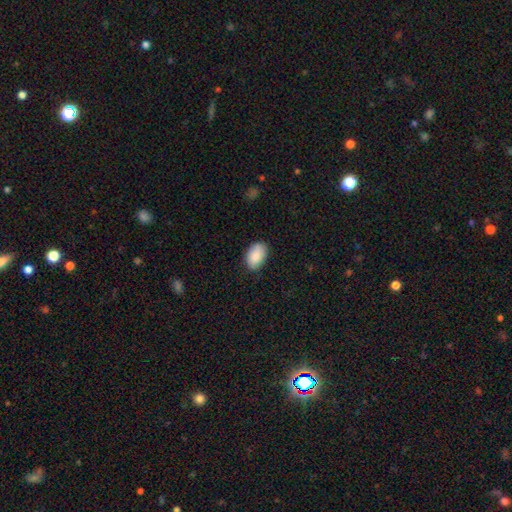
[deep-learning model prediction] smooth 87%, star or artifact 7%, featured or disk 6%. Down the decision tree: how rounded — in between (90%); merging — none (81%).